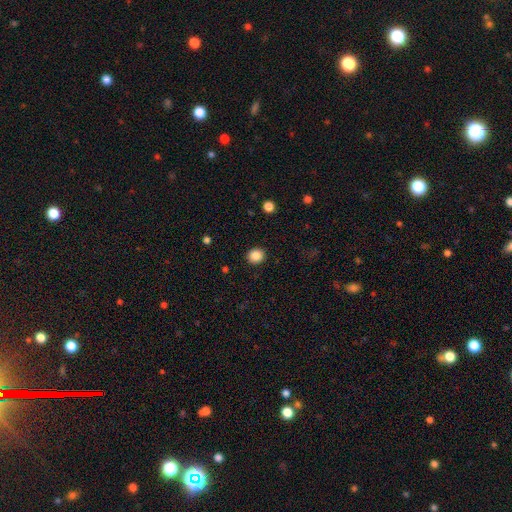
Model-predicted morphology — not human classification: smooth 87%, star or artifact 10%, featured or disk 3%. Down the decision tree: how rounded — round (86%); merging — none (92%).